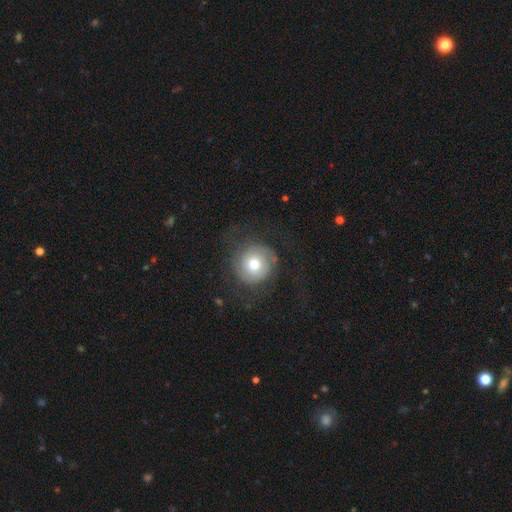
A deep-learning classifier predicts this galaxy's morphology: smooth-or-featured: smooth: 45% | featured or disk: 30% | star or artifact: 25%
  merging: none: 85% | minor disturbance: 9% | major disturbance: 5% | merger: 1%